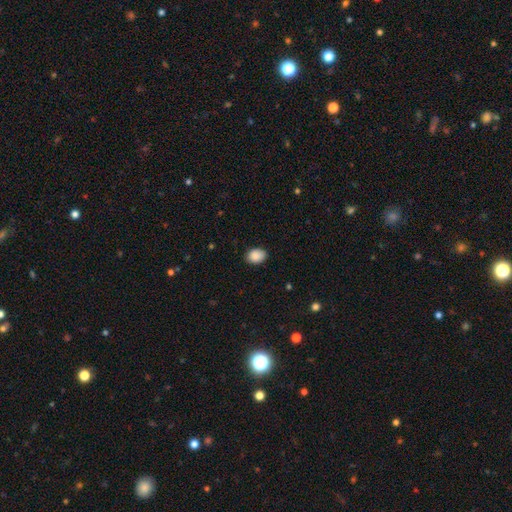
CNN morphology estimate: Smooth or featured? Predicted: smooth (p=0.89). How rounded? Predicted: in between (p=0.70). Merging? Predicted: none (p=0.84).